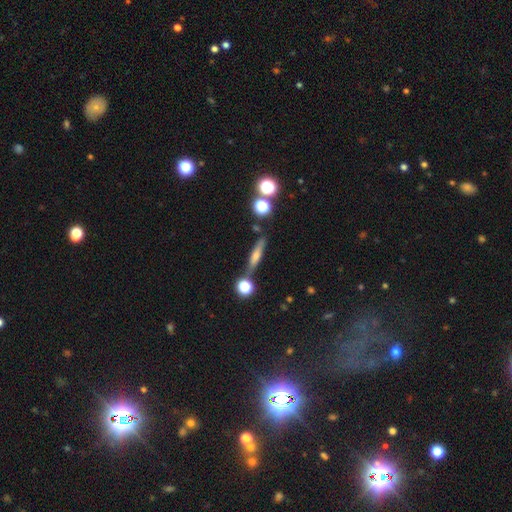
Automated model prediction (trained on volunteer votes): This appears to be a smooth galaxy with no disk features (46%). Merging: none (75%).